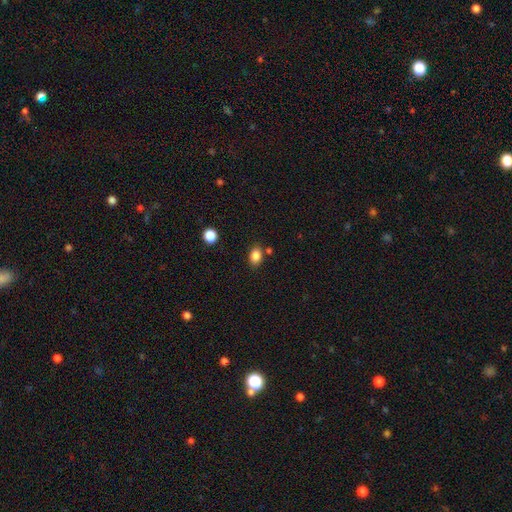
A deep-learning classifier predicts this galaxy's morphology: smooth-or-featured: smooth: 85% | star or artifact: 10% | featured or disk: 5%
  how-rounded: in between: 73% | round: 25% | cigar-shaped: 1%
  merging: none: 78% | minor disturbance: 12% | merger: 7% | major disturbance: 3%